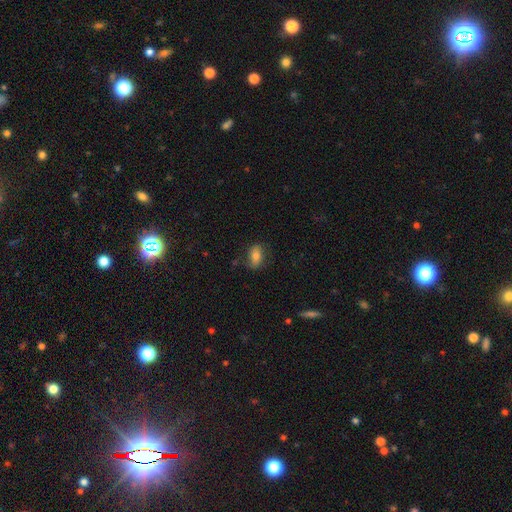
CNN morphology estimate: smooth-or-featured: smooth: 72% | featured or disk: 19% | star or artifact: 9%
  how-rounded: in between: 85% | round: 10% | cigar-shaped: 4%
  merging: none: 68% | minor disturbance: 22% | major disturbance: 8% | merger: 2%